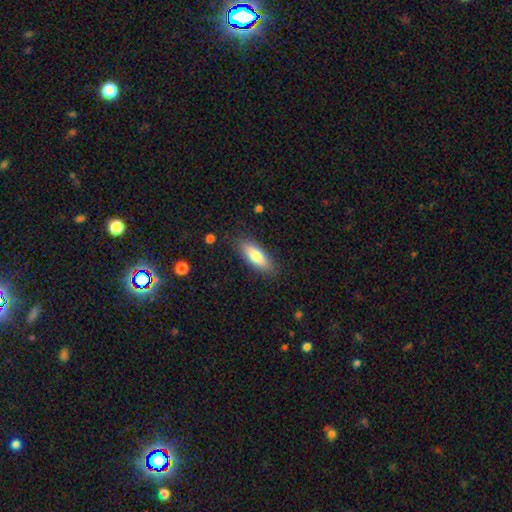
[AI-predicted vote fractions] The model was most divided on "how rounded": in between: 68%, cigar-shaped: 30%, round: 2%. More confident: merging — none (85%); smooth or featured — smooth (77%).